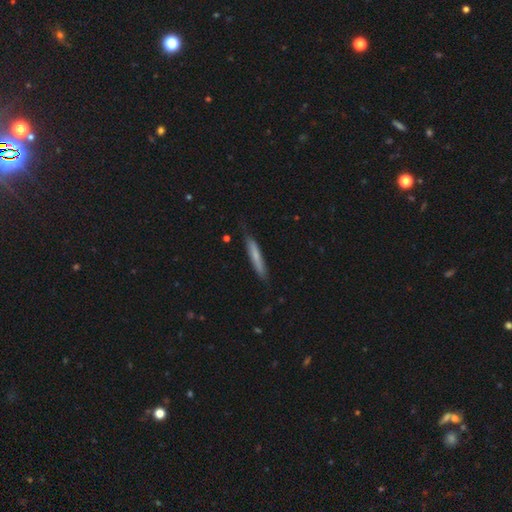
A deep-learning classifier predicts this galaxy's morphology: A smooth galaxy with no disk features (65%) that is cigar-shaped (93%).

Vote fractions:
- Smooth or featured? smooth: 65% / featured or disk: 29% / star or artifact: 6%
- How rounded? cigar-shaped: 93% / in between: 6% / round: 1%
- Merging? none: 77% / minor disturbance: 18% / major disturbance: 3% / merger: 1%